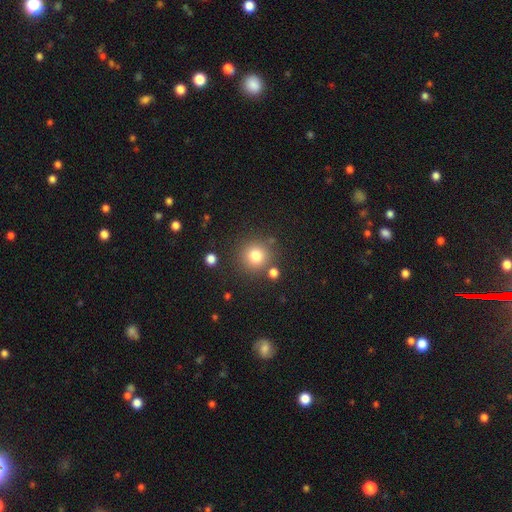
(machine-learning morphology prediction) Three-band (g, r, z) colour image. It shows a smooth galaxy with no disk features (79%) that is round (93%). Merging: none (81%).